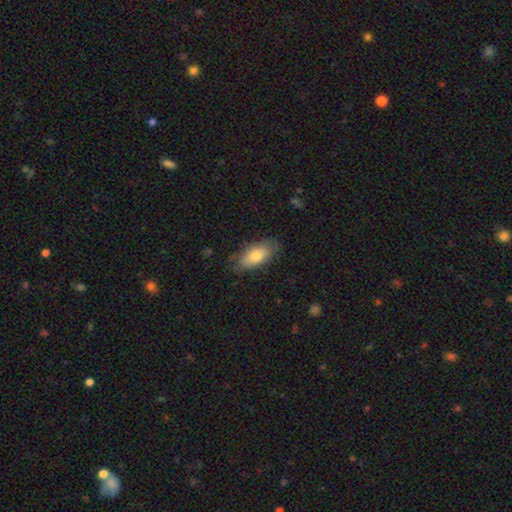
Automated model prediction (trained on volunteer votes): Q: Smooth or featured?
A: smooth (75%); runner-up: featured or disk (19%)
Q: How rounded?
A: in between (88%); runner-up: cigar-shaped (9%)
Q: Merging?
A: none (75%); runner-up: minor disturbance (19%)